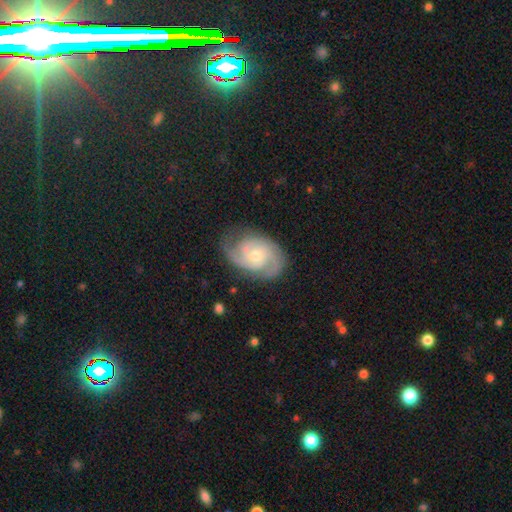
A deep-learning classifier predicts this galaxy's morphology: This is clearly a featured or disk galaxy (88%). It is clearly not viewed edge-on (97%). Bar: likely no (68%). Spiral arm pattern: clearly yes (97%). Spiral arm count: possibly 2 (50%). Spiral winding: possibly tight (53%). Central bulge: possibly moderate (50%). Merging: likely none (76%).